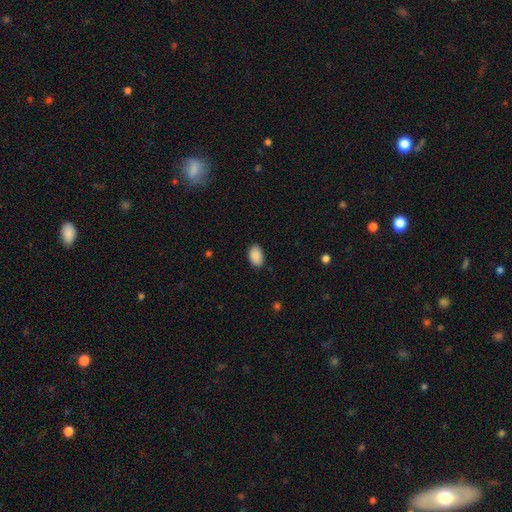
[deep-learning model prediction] A smooth galaxy with no disk features (90%) that is in between round and cigar-shaped (91%).

Vote fractions:
- Smooth or featured? smooth: 90% / star or artifact: 7% / featured or disk: 3%
- How rounded? in between: 91% / round: 8% / cigar-shaped: 1%
- Merging? none: 85% / minor disturbance: 12% / major disturbance: 2% / merger: 1%